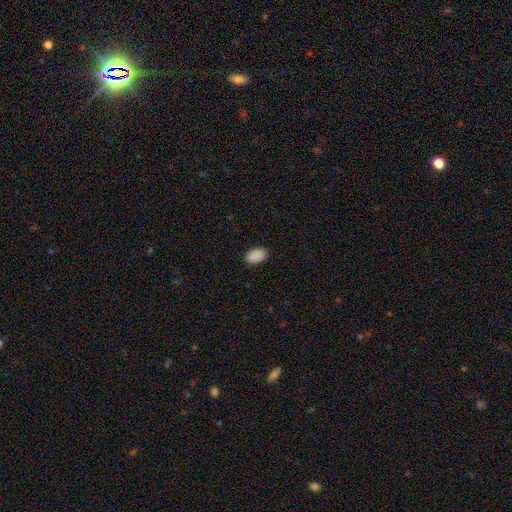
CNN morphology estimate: Smooth or featured? smooth (90%)
How rounded? in between (92%)
Merging? none (89%)